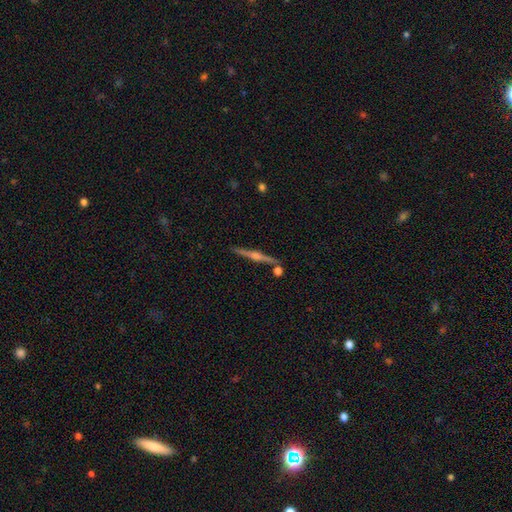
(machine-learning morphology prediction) This appears to be a featured or disk galaxy (81%) viewed edge-on (98%) with a rounded central bulge (88%). Merging: none (86%).